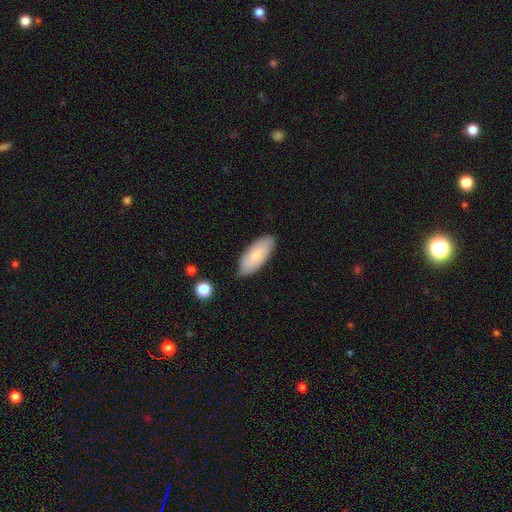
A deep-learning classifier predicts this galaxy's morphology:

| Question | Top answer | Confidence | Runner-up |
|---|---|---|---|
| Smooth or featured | smooth | 81% | featured or disk (13%) |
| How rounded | in between | 85% | cigar-shaped (13%) |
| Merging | none | 82% | minor disturbance (14%) |